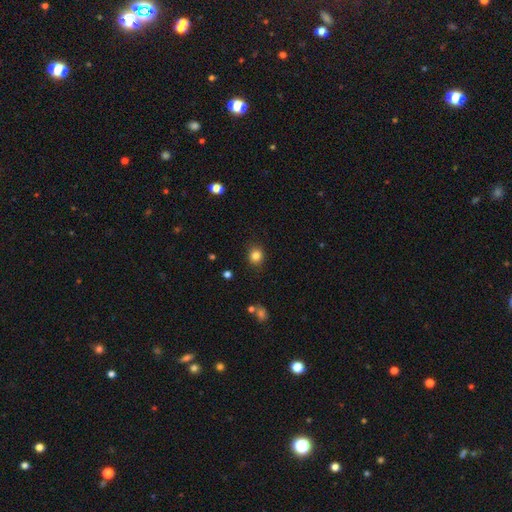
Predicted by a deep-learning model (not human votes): smooth_or_featured: smooth (p=0.83) [alt: star or artifact p=0.11]
how_rounded: round (p=0.79) [alt: in between p=0.20]
merging: none (p=0.88) [alt: minor disturbance p=0.09]